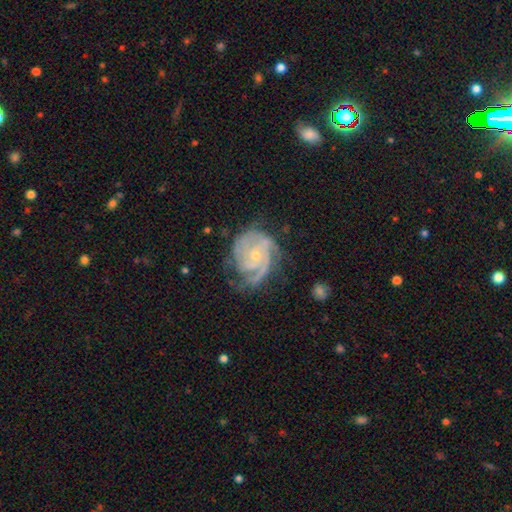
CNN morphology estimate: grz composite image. It shows a featured or disk galaxy (88%) with no bar (73%), 3 (38%) tight (61%) spiral arms (97%) and a small central bulge (66%). Merging: none (61%).